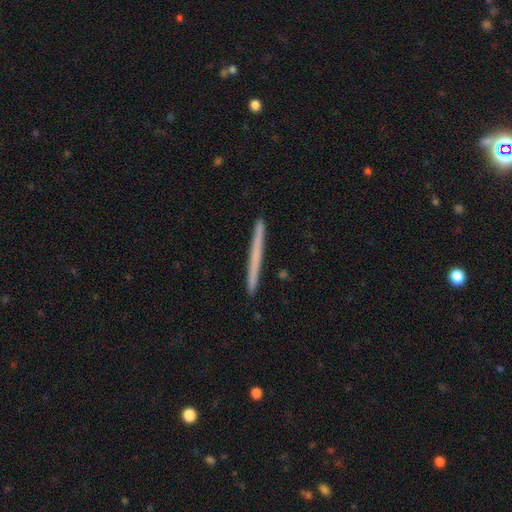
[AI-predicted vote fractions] Smooth or featured: smooth — 52% (featured or disk — 42%)
How rounded: cigar-shaped — 97% (in between — 1%)
Merging: none — 92% (minor disturbance — 6%)